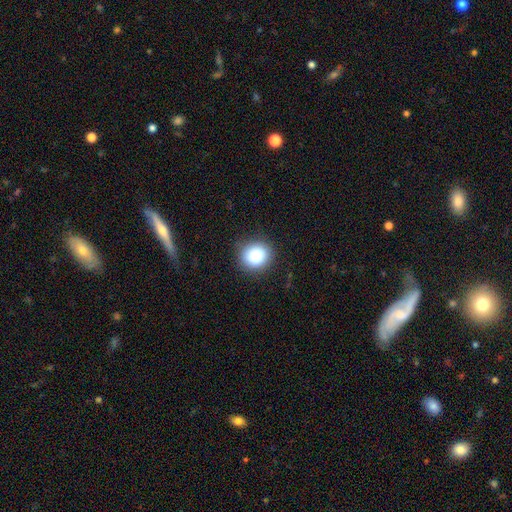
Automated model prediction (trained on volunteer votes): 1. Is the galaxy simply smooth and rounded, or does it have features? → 82% smooth, 9% star or artifact, 8% featured or disk.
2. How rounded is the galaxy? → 85% round, 14% in between, 1% cigar-shaped.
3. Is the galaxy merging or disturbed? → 88% none, 9% minor disturbance, 3% major disturbance, 1% merger.